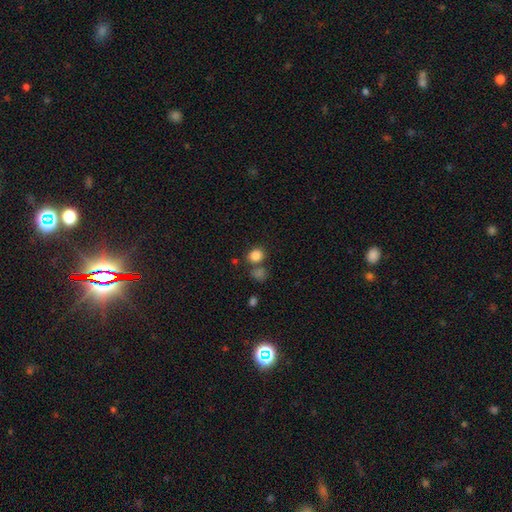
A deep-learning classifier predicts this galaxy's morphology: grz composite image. It shows a smooth galaxy with no disk features (83%) that is round (64%). Merging: none (67%).